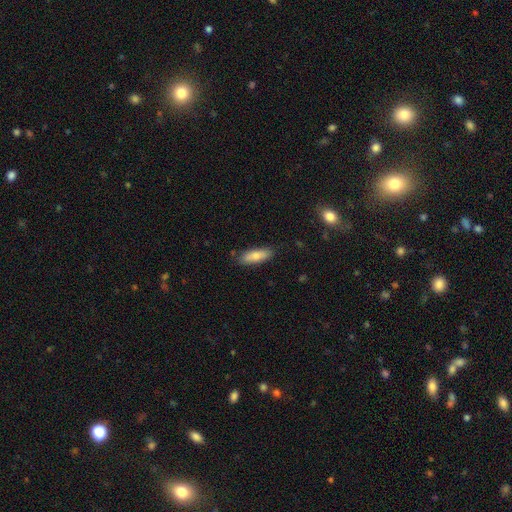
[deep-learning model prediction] A smooth galaxy with no disk features (77%) that is in between round and cigar-shaped (57%).

Vote fractions:
- Smooth or featured? smooth: 77% / featured or disk: 17% / star or artifact: 6%
- How rounded? in between: 57% / cigar-shaped: 41% / round: 2%
- Merging? none: 83% / minor disturbance: 13% / major disturbance: 2% / merger: 2%